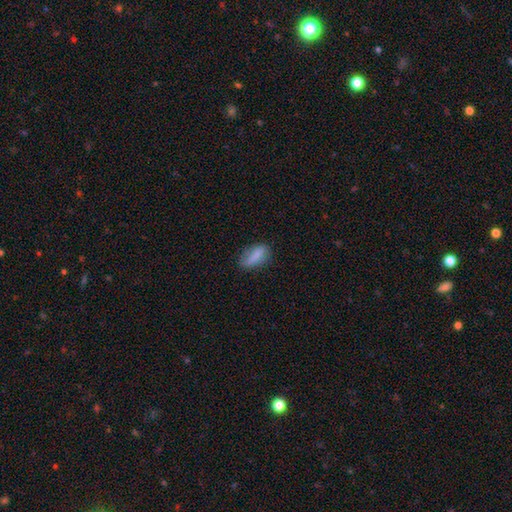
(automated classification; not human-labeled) A smooth galaxy with no disk features (73%) that is in between round and cigar-shaped (79%).

Vote fractions:
- Smooth or featured? smooth: 73% / featured or disk: 19% / star or artifact: 8%
- How rounded? in between: 79% / cigar-shaped: 16% / round: 5%
- Merging? none: 64% / minor disturbance: 25% / major disturbance: 8% / merger: 2%